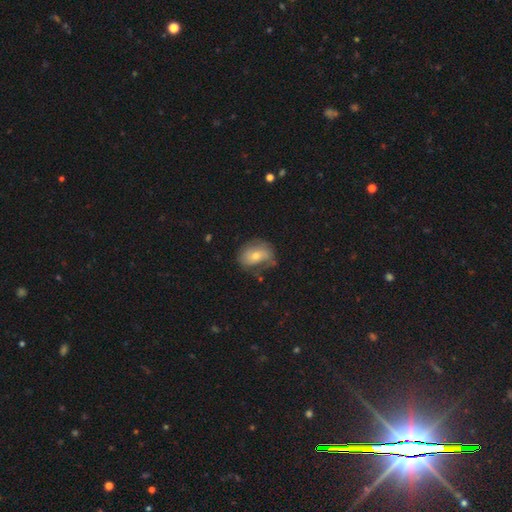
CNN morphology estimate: This is possibly a smooth galaxy (56%). How rounded: likely in between (72%). Merging: possibly none (54%).